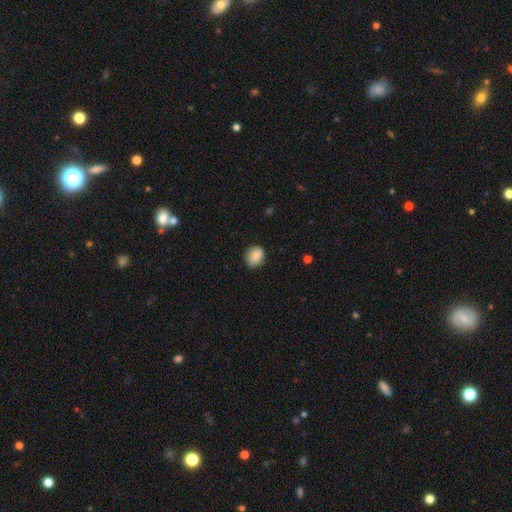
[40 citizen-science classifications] Morphology: type=smooth (78%); roundness=round (68%); merging=none (77%).